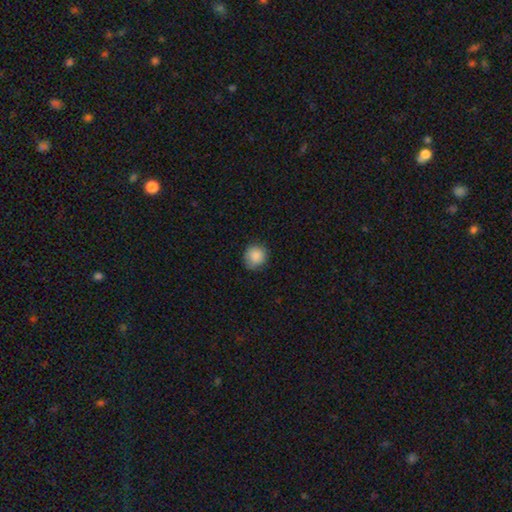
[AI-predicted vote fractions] smooth-or-featured: smooth: 88% | star or artifact: 8% | featured or disk: 4%
  how-rounded: round: 88% | in between: 11% | cigar-shaped: 1%
  merging: none: 82% | minor disturbance: 14% | major disturbance: 3% | merger: 1%